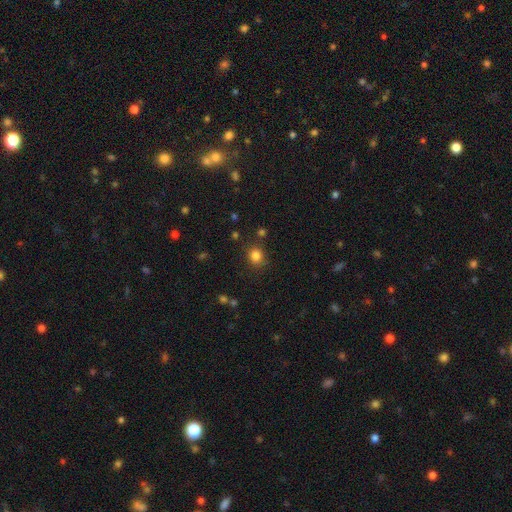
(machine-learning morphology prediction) A smooth galaxy with no disk features (82%) that is round (79%).

Vote fractions:
- Smooth or featured? smooth: 82% / star or artifact: 13% / featured or disk: 5%
- How rounded? round: 79% / in between: 20% / cigar-shaped: 1%
- Merging? none: 82% / minor disturbance: 11% / major disturbance: 4% / merger: 4%